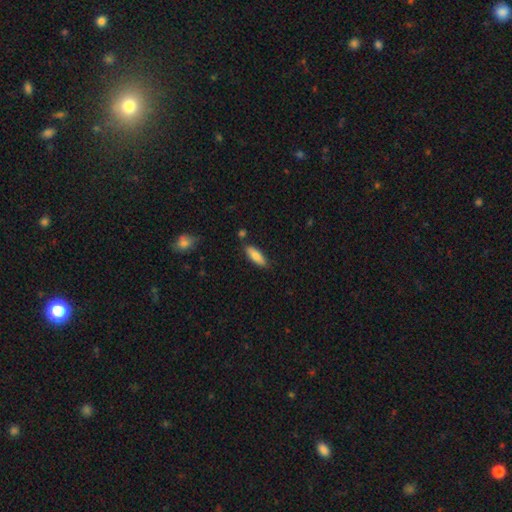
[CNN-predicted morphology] type=smooth (83%); roundness=in between (57%); merging=none (82%).